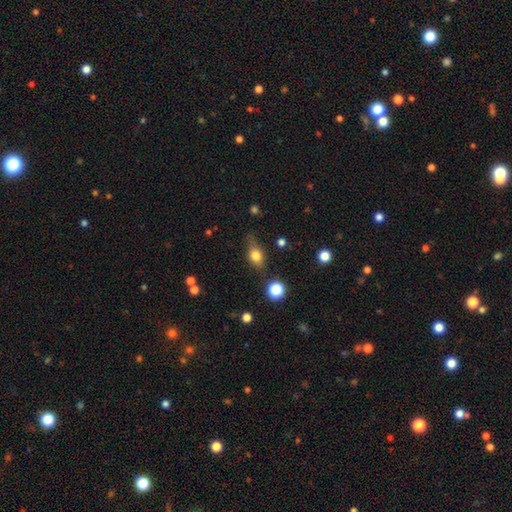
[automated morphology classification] A smooth galaxy with no disk features (74%) that is in between round and cigar-shaped (68%). Merging: none (65%).